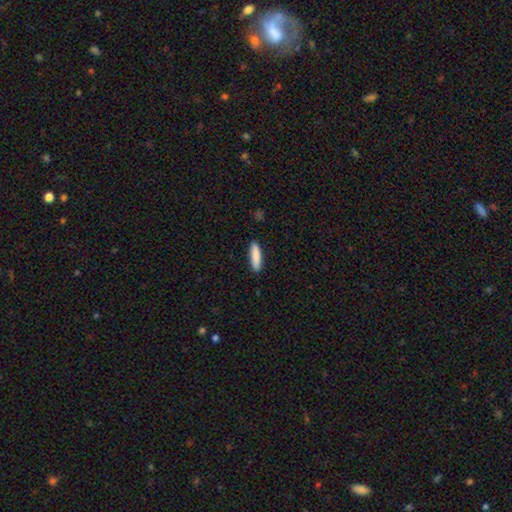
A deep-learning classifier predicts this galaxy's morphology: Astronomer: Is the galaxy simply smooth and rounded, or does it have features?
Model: smooth — 88%.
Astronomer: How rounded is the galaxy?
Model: cigar-shaped — 75%.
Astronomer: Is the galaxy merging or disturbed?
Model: none — 90%.